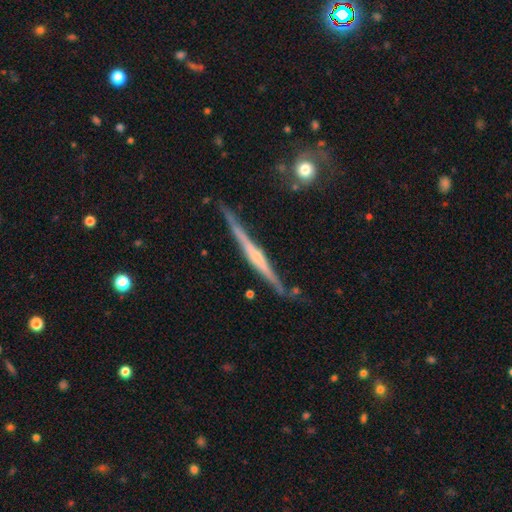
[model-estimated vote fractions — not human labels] Q: Smooth or featured?
A: featured or disk (79%); runner-up: smooth (16%)
Q: Edge-on disk?
A: yes (98%); runner-up: no (2%)
Q: Edge-on bulge?
A: rounded (60%); runner-up: none (26%)
Q: Merging?
A: none (83%); runner-up: minor disturbance (12%)